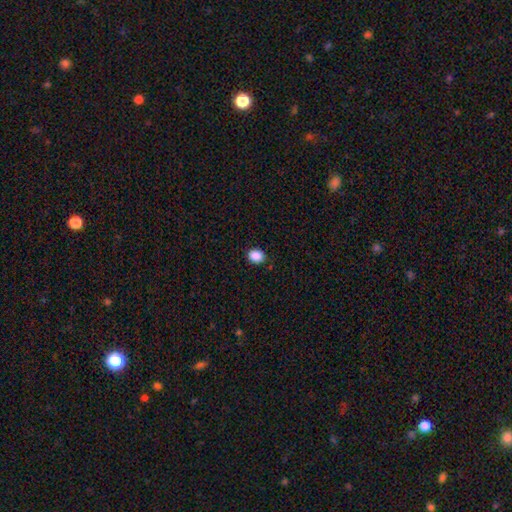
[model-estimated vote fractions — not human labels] Smooth or featured: smooth — 89% (star or artifact — 9%)
How rounded: round — 60% (in between — 39%)
Merging: none — 88% (minor disturbance — 8%)